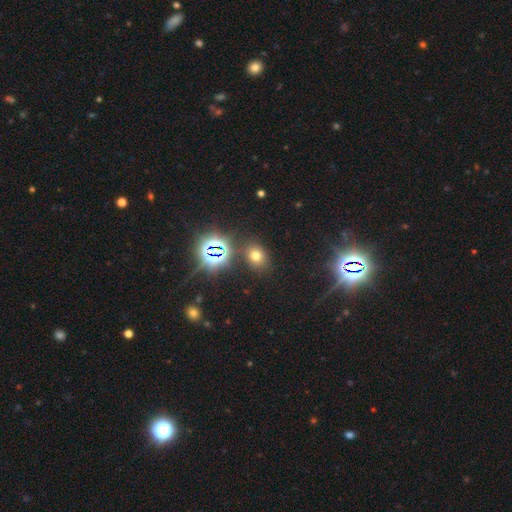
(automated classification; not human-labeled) Morphology: type=smooth (61%); roundness=round (55%); merging=none (82%).